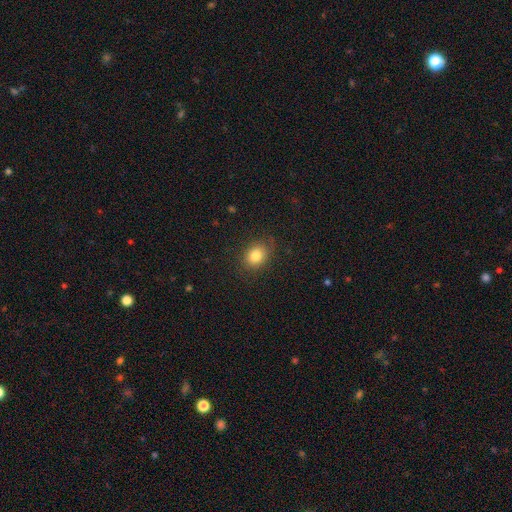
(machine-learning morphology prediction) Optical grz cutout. It shows a smooth galaxy with no disk features (82%) that is in between round and cigar-shaped (56%). Merging: none (80%).